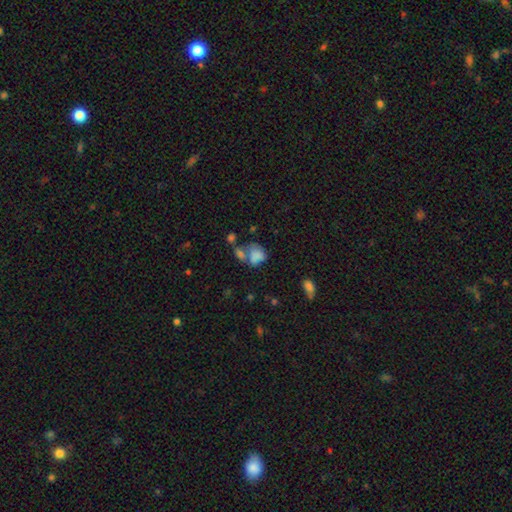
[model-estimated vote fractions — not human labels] Overall: smooth (71%). How rounded: in between (63%; round 36%). Merging: merger (40%; none 26%).